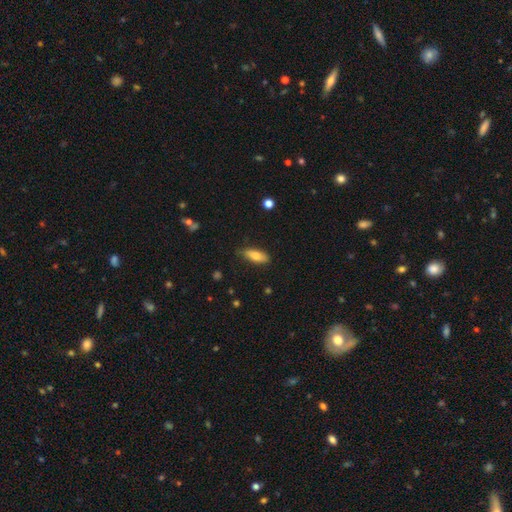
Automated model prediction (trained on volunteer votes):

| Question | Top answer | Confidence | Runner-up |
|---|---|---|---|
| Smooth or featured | smooth | 82% | featured or disk (12%) |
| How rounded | in between | 69% | cigar-shaped (29%) |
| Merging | none | 79% | minor disturbance (17%) |